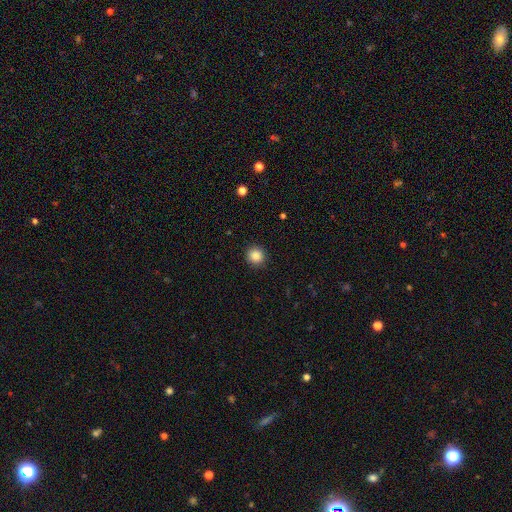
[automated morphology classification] This is clearly a smooth galaxy (87%). How rounded: clearly round (92%). Merging: clearly none (91%).